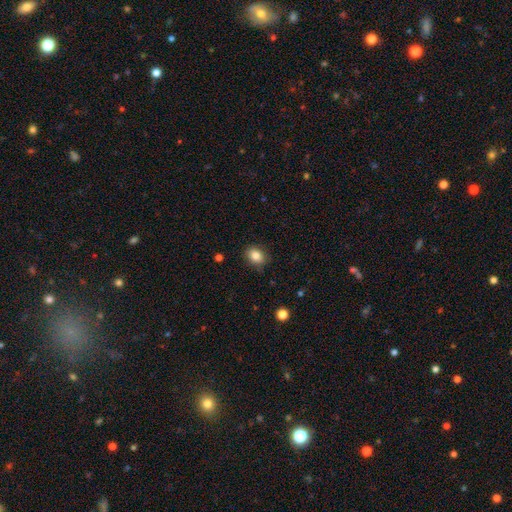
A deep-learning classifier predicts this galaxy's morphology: Overall: smooth (84%). How rounded: in between (52%; round 47%). Merging: none (85%).